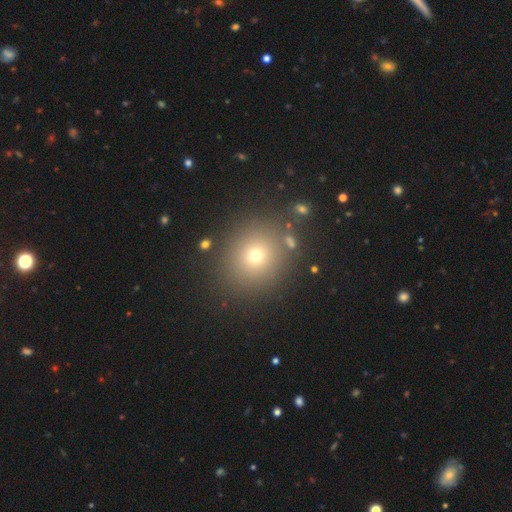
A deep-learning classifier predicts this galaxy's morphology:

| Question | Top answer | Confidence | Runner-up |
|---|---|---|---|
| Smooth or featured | smooth | 67% | star or artifact (22%) |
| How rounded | round | 83% | in between (16%) |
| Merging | none | 84% | minor disturbance (8%) |